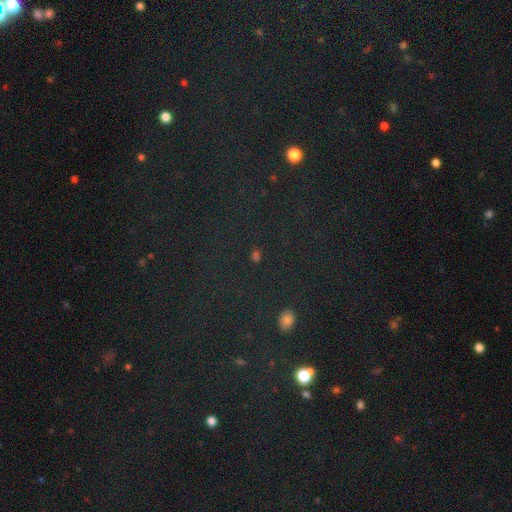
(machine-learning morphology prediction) Smooth or featured: star or artifact — 52% (smooth — 38%)